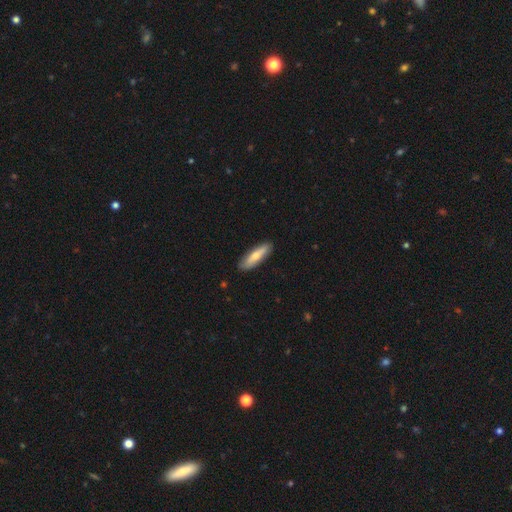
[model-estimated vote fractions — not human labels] This is likely a smooth galaxy (65%). How rounded: likely cigar-shaped (66%). Merging: clearly none (87%).